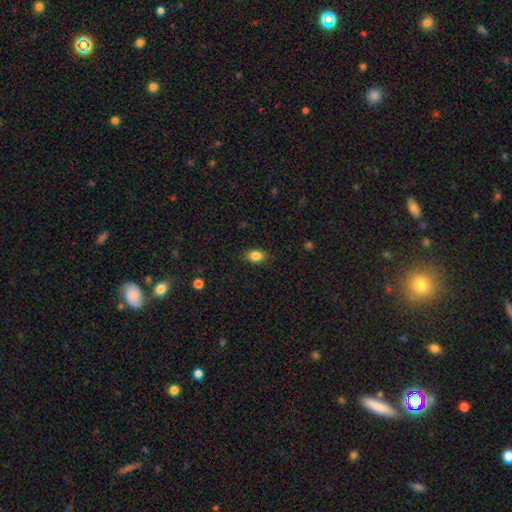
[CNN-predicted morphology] Smooth or featured: smooth — 84% (star or artifact — 10%)
How rounded: in between — 64% (round — 34%)
Merging: none — 84% (minor disturbance — 13%)